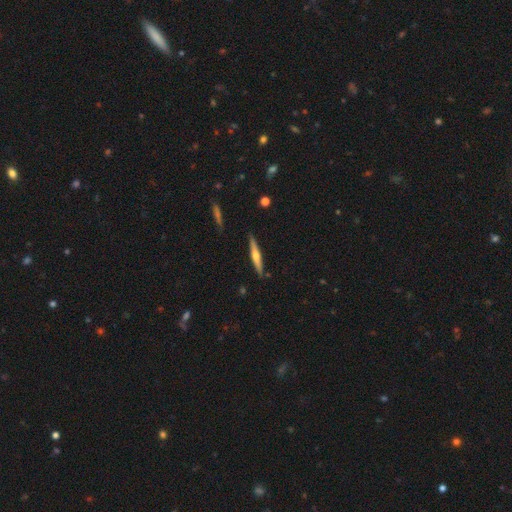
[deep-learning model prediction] Smooth or featured? Predicted: featured or disk (p=0.57). Edge-on disk? Predicted: yes (p=0.97). Edge-on bulge? Predicted: rounded (p=0.83). Merging? Predicted: none (p=0.88).